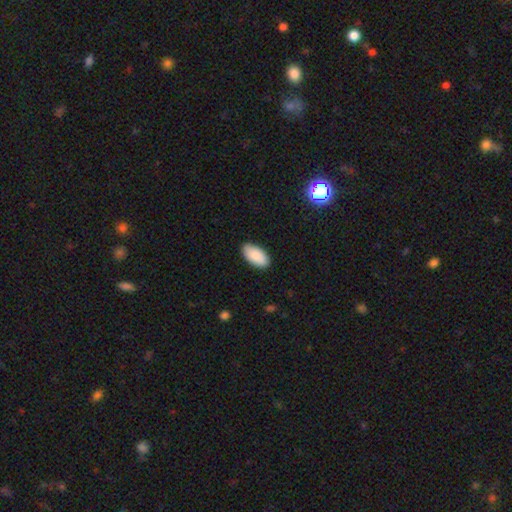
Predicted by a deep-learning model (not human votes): smooth-or-featured: smooth: 89% | featured or disk: 6% | star or artifact: 6%
  how-rounded: in between: 96% | cigar-shaped: 2% | round: 2%
  merging: none: 88% | minor disturbance: 9% | major disturbance: 2% | merger: 1%